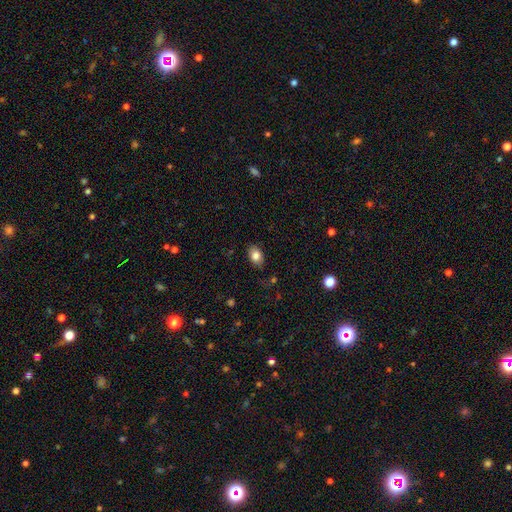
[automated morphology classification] smooth 83%, featured or disk 9%, star or artifact 8%. Down the decision tree: how rounded — in between (85%); merging — none (80%).